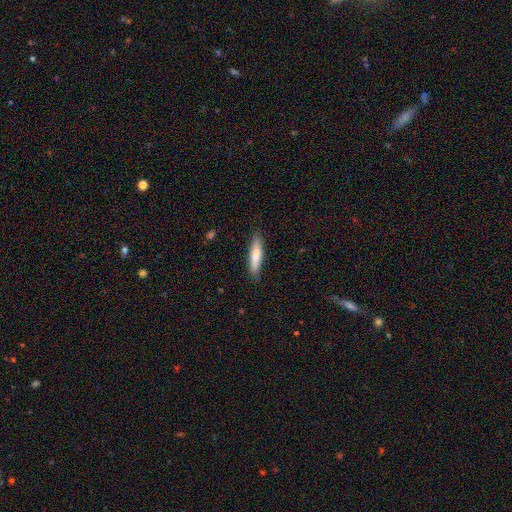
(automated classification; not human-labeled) Morphology: type=smooth (77%); roundness=cigar-shaped (83%); merging=none (87%).